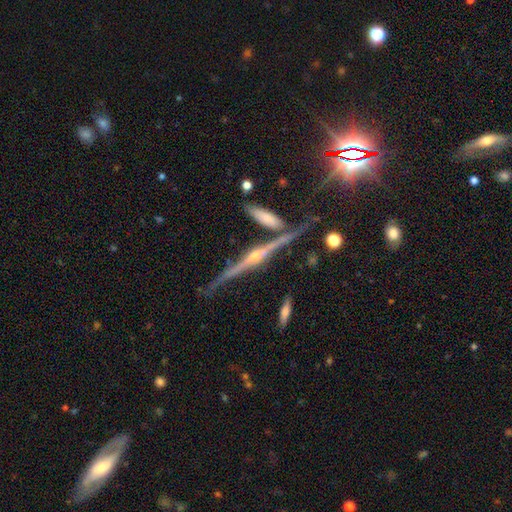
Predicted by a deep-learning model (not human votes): smooth-or-featured: featured or disk: 81% | star or artifact: 12% | smooth: 7%
  disk-edge-on: yes: 97% | no: 3%
    edge-on-bulge: rounded: 88% | none: 7% | boxy: 5%
  merging: none: 75% | minor disturbance: 11% | merger: 10% | major disturbance: 4%